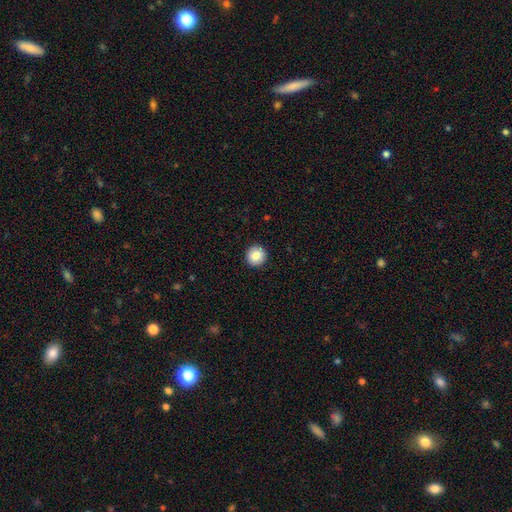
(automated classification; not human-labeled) This is clearly a smooth galaxy (86%). How rounded: clearly round (94%). Merging: clearly none (92%).